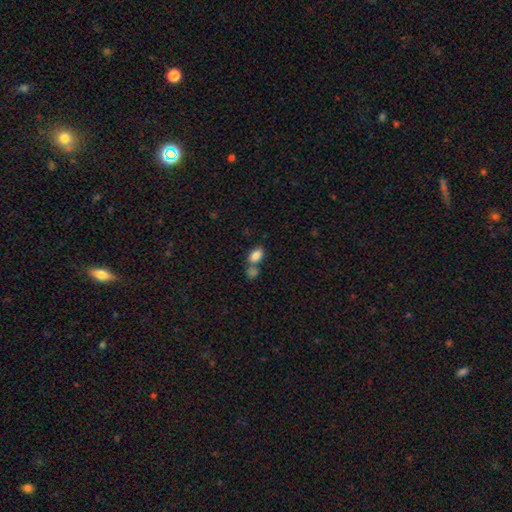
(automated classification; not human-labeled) This appears to be a smooth galaxy with no disk features (85%) that is in between round and cigar-shaped (90%). Merging: none (47%).